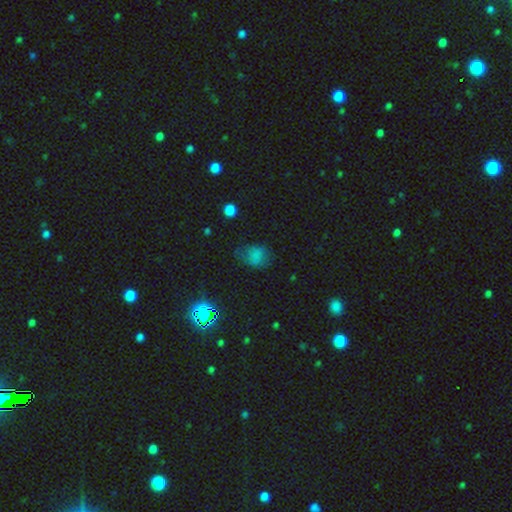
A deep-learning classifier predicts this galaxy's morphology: A smooth galaxy with no disk features (66%) that is in between round and cigar-shaped (62%).

Vote fractions:
- Smooth or featured? smooth: 66% / star or artifact: 22% / featured or disk: 12%
- How rounded? in between: 62% / round: 37% / cigar-shaped: 2%
- Merging? none: 53% / minor disturbance: 30% / major disturbance: 15% / merger: 2%